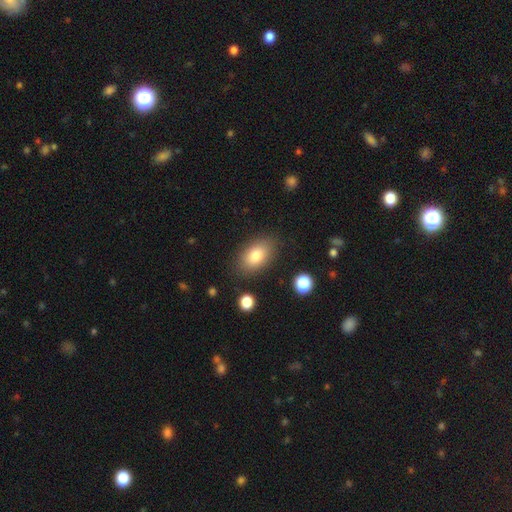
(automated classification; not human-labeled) smooth_or_featured: smooth (p=0.80) [alt: featured or disk p=0.12]
how_rounded: in between (p=0.89) [alt: round p=0.09]
merging: none (p=0.83) [alt: minor disturbance p=0.12]